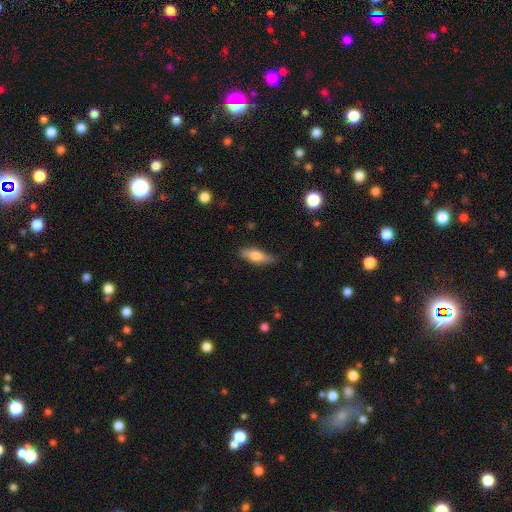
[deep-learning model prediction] This appears to be a smooth galaxy with no disk features (71%) that is in between round and cigar-shaped (60%). Merging: none (75%).